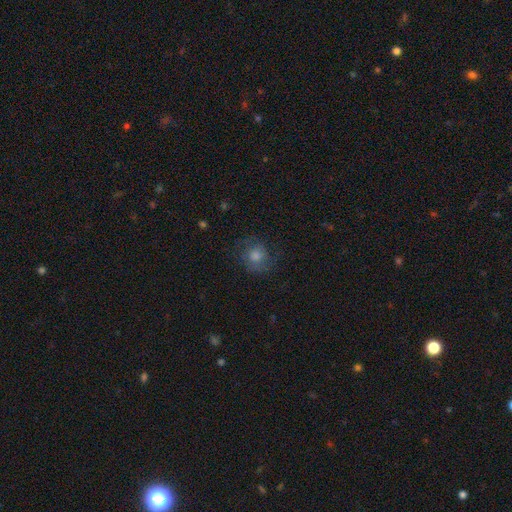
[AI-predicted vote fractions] Overall: smooth (44%; featured or disk 41%). Merging: none (74%).